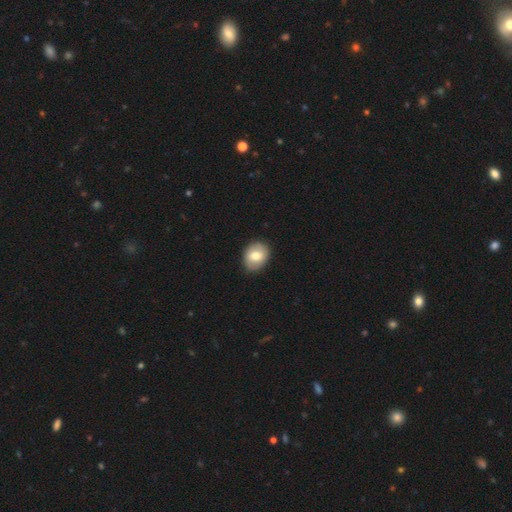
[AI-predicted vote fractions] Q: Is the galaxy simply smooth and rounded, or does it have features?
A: smooth — 71%.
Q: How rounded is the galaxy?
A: in between — 53%.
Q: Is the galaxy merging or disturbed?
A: none — 85%.